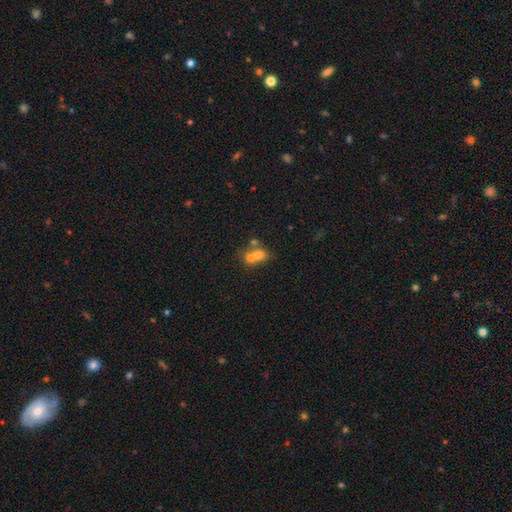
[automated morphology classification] smooth_or_featured: smooth (p=0.66) [alt: featured or disk p=0.21]
how_rounded: in between (p=0.58) [alt: round p=0.39]
merging: merger (p=0.63) [alt: none p=0.24]